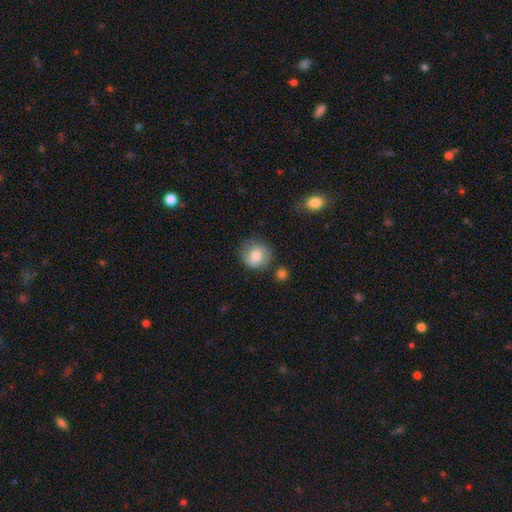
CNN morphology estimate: smooth_or_featured: smooth (p=0.67) [alt: featured or disk p=0.25]
how_rounded: round (p=0.85) [alt: in between p=0.14]
merging: none (p=0.72) [alt: minor disturbance p=0.18]